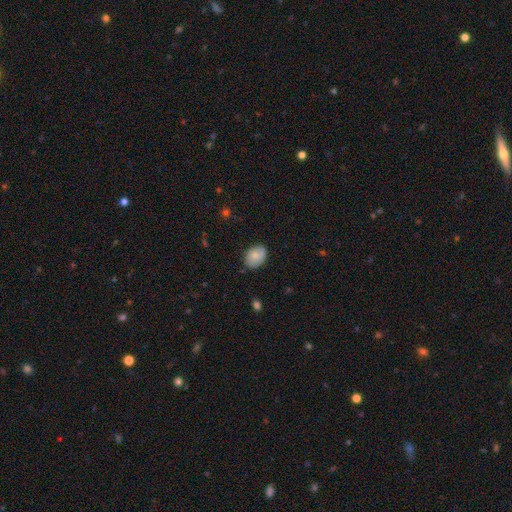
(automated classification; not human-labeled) This appears to be a smooth galaxy with no disk features (81%) that is in between round and cigar-shaped (73%). Merging: none (80%).